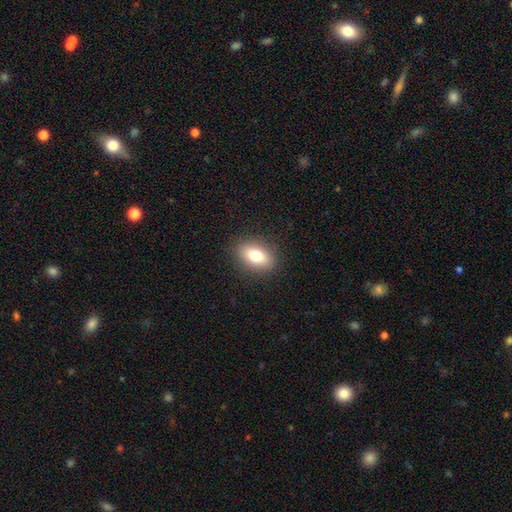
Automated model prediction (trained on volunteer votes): Smooth or featured? smooth (77%)
How rounded? in between (81%)
Merging? none (88%)